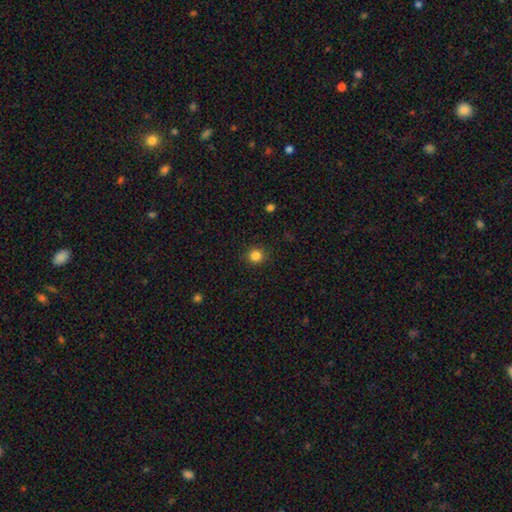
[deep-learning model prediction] Smooth or featured? Predicted: smooth (p=0.84). How rounded? Predicted: round (p=0.93). Merging? Predicted: none (p=0.90).